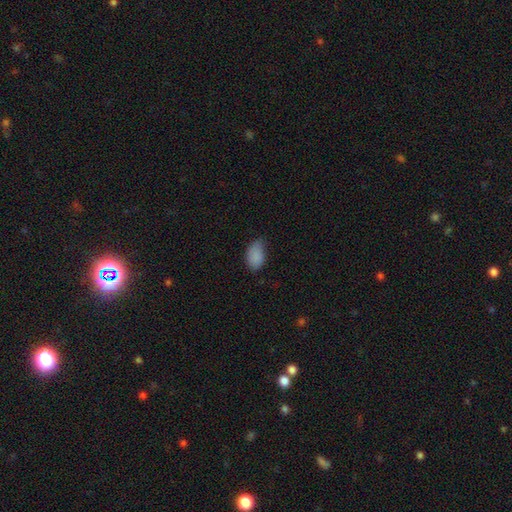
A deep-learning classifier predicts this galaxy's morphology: smooth_or_featured: smooth (p=0.87) [alt: star or artifact p=0.08]
how_rounded: in between (p=0.91) [alt: round p=0.07]
merging: none (p=0.58) [alt: minor disturbance p=0.35]